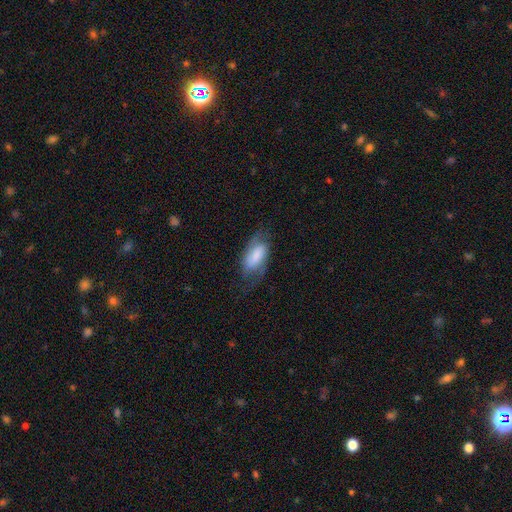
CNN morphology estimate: A smooth galaxy with no disk features (57%) that is in between round and cigar-shaped (91%). Merging: none (56%).